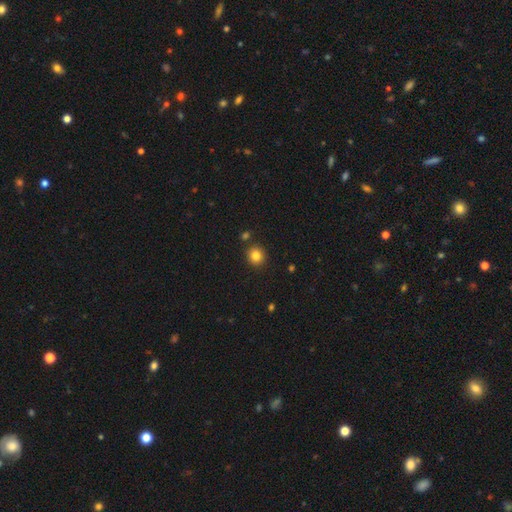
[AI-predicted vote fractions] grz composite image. It shows a smooth galaxy with no disk features (83%) that is round (87%). Merging: none (87%).